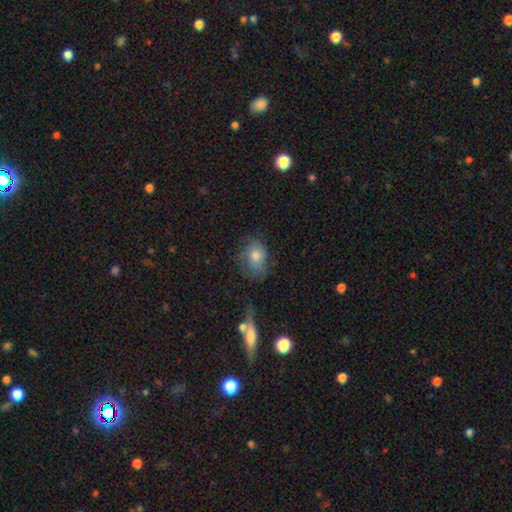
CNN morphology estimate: smooth-or-featured: smooth: 59% | featured or disk: 30% | star or artifact: 11%
  how-rounded: in between: 62% | round: 36% | cigar-shaped: 2%
  merging: none: 54% | minor disturbance: 28% | major disturbance: 16% | merger: 3%